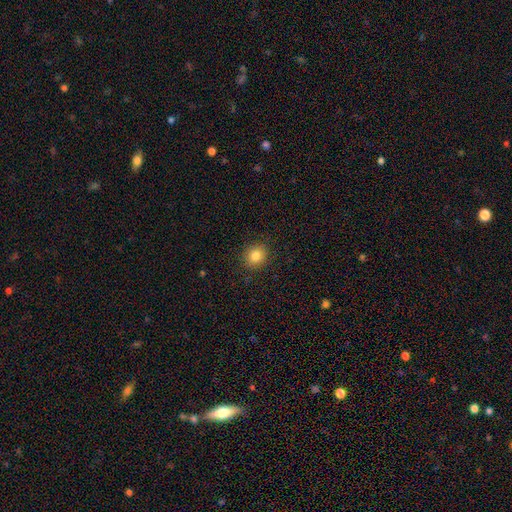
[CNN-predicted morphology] The model was most divided on "how rounded": round: 76%, in between: 23%, cigar-shaped: 1%. More confident: merging — none (89%); smooth or featured — smooth (83%).